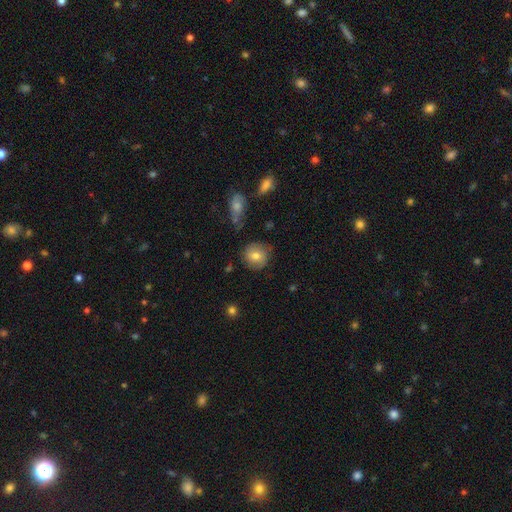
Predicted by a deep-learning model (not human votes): Smooth or featured: smooth — 65% (featured or disk — 26%)
How rounded: round — 87% (in between — 12%)
Merging: none — 75% (minor disturbance — 17%)